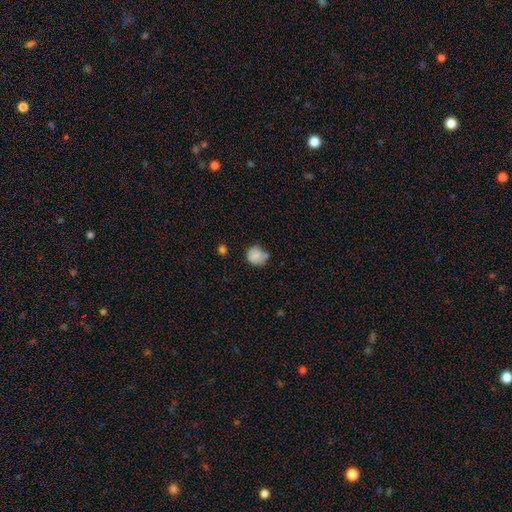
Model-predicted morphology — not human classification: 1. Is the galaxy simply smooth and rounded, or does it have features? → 84% smooth, 9% star or artifact, 7% featured or disk.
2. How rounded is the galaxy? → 83% round, 16% in between, 1% cigar-shaped.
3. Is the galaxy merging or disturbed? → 60% none, 26% minor disturbance, 8% merger, 6% major disturbance.